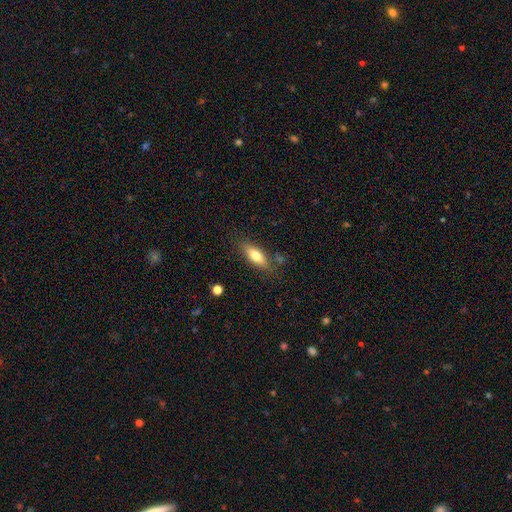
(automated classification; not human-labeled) This is likely a smooth galaxy (73%). How rounded: likely in between (69%). Merging: likely none (79%).